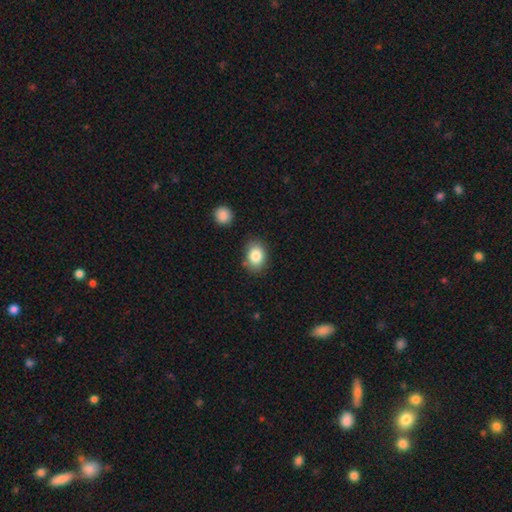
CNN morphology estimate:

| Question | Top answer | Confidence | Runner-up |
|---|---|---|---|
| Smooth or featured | smooth | 85% | star or artifact (8%) |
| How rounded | in between | 67% | round (32%) |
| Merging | none | 79% | minor disturbance (14%) |